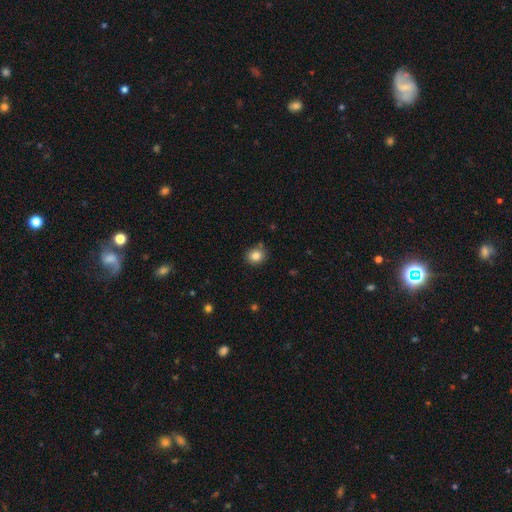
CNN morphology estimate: Smooth or featured: smooth — 84% (star or artifact — 11%)
How rounded: round — 81% (in between — 18%)
Merging: none — 82% (minor disturbance — 11%)